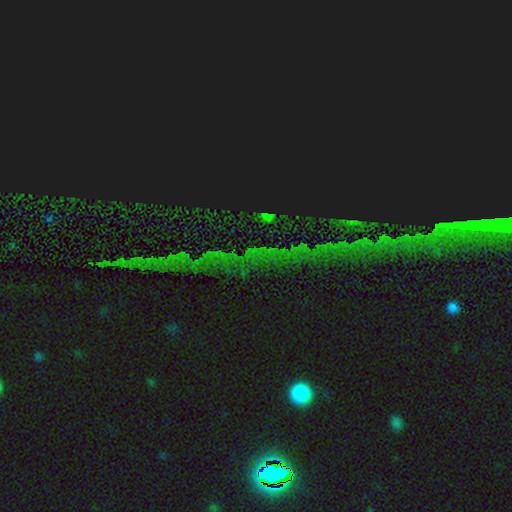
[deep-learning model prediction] Smooth or featured? Predicted: star or artifact (p=0.84).